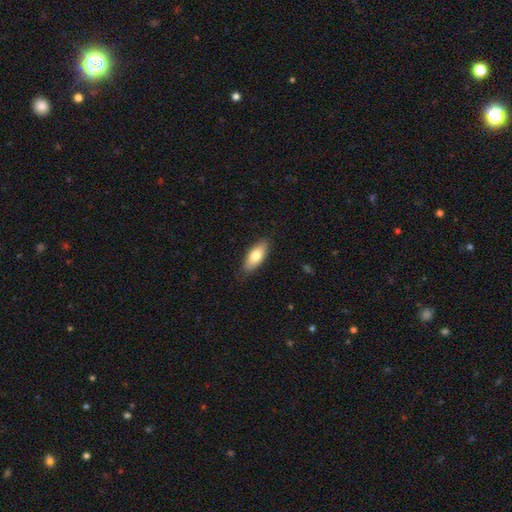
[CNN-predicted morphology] The model was most divided on "smooth or featured": smooth: 75%, featured or disk: 19%, star or artifact: 6%. More confident: merging — none (84%); how rounded — in between (78%).